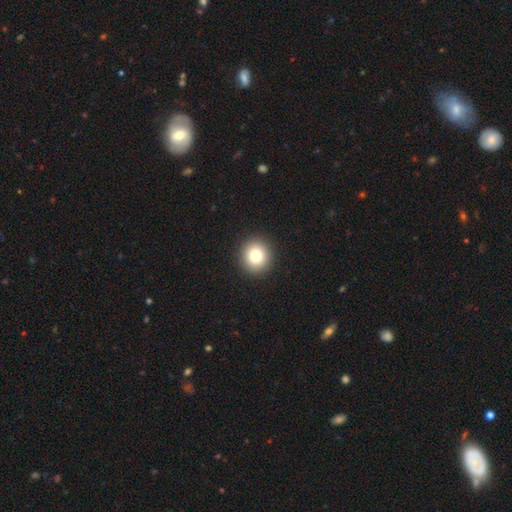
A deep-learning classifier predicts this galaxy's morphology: type=smooth (79%); roundness=round (92%); merging=none (93%).